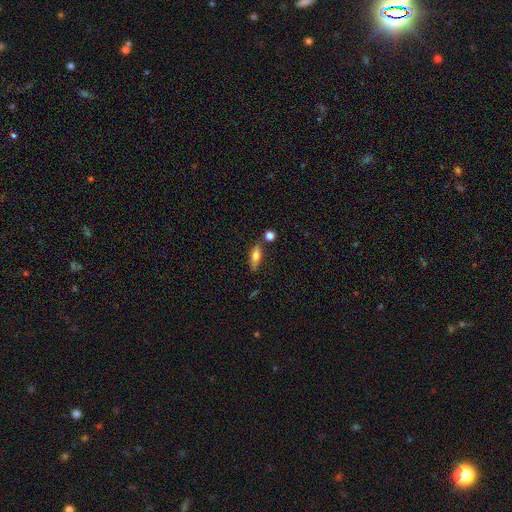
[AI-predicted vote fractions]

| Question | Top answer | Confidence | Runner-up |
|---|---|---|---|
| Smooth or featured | smooth | 68% | featured or disk (24%) |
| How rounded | in between | 55% | cigar-shaped (42%) |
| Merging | none | 71% | minor disturbance (16%) |